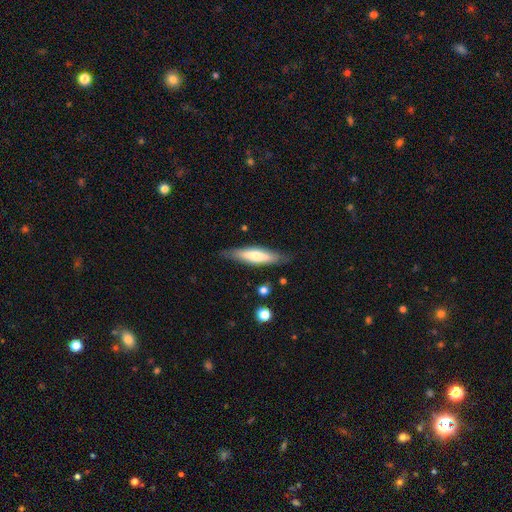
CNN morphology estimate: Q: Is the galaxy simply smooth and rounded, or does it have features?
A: smooth — 54%.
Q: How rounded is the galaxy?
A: cigar-shaped — 72%.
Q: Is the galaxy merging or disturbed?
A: none — 81%.